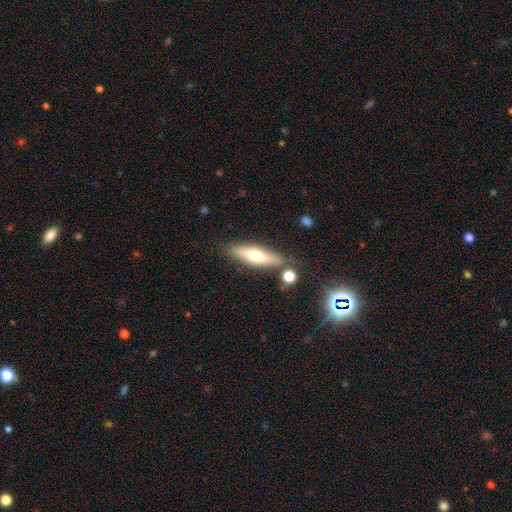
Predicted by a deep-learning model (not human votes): The model was most divided on "smooth or featured": smooth: 55%, featured or disk: 38%, star or artifact: 7%. More confident: merging — none (78%); how rounded — cigar-shaped (66%).